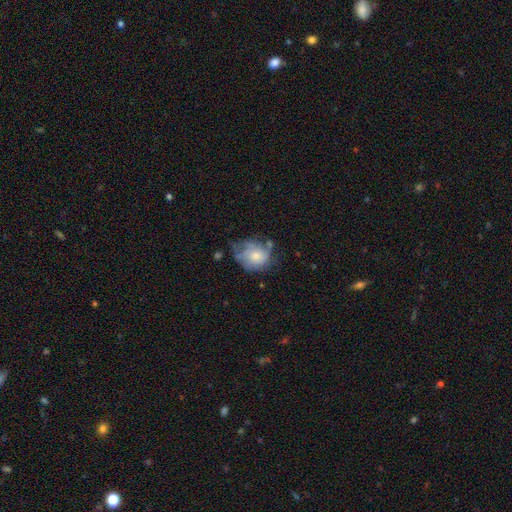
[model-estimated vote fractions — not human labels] This is possibly a smooth galaxy (52%). How rounded: possibly round (60%). Merging: marginally none (38%).